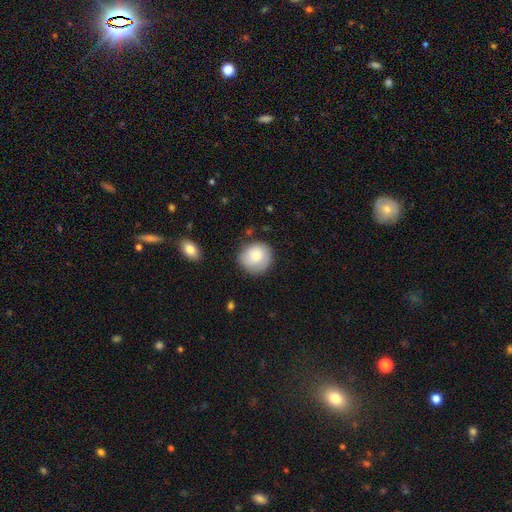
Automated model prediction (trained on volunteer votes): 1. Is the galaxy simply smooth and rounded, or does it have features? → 76% smooth, 17% featured or disk, 7% star or artifact.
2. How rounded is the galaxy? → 88% round, 11% in between, 1% cigar-shaped.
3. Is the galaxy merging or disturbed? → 77% none, 17% minor disturbance, 4% major disturbance, 2% merger.